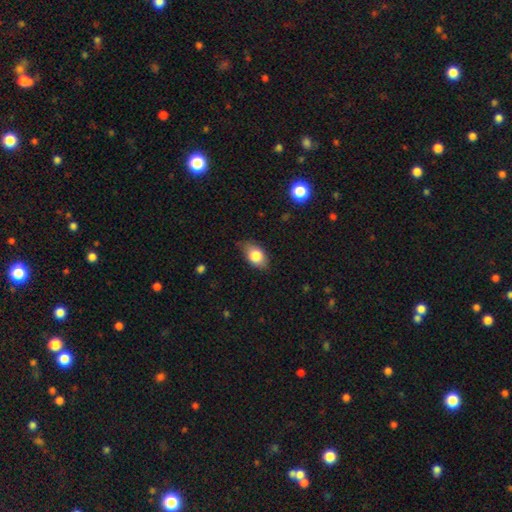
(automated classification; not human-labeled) Overall: smooth (80%). How rounded: in between (86%). Merging: none (75%).